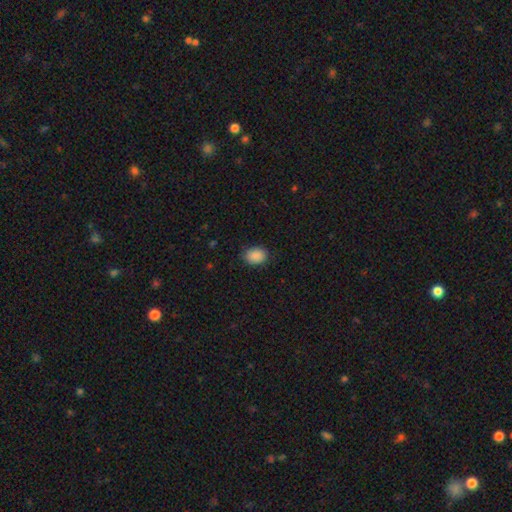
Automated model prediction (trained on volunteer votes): Q: Smooth or featured?
A: smooth (89%); runner-up: star or artifact (8%)
Q: How rounded?
A: in between (67%); runner-up: round (32%)
Q: Merging?
A: none (86%); runner-up: minor disturbance (10%)